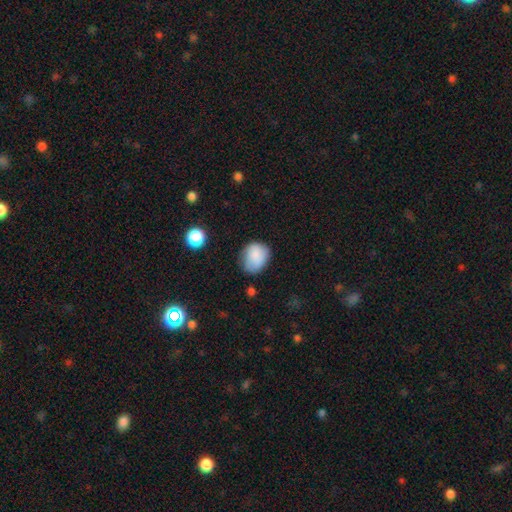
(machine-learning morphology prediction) Smooth or featured? smooth (84%)
How rounded? round (52%)
Merging? none (62%)